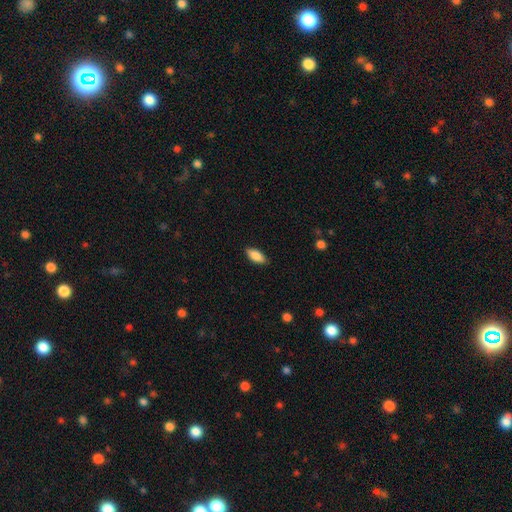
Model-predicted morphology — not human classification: type=smooth (87%); roundness=in between (86%); merging=none (87%).